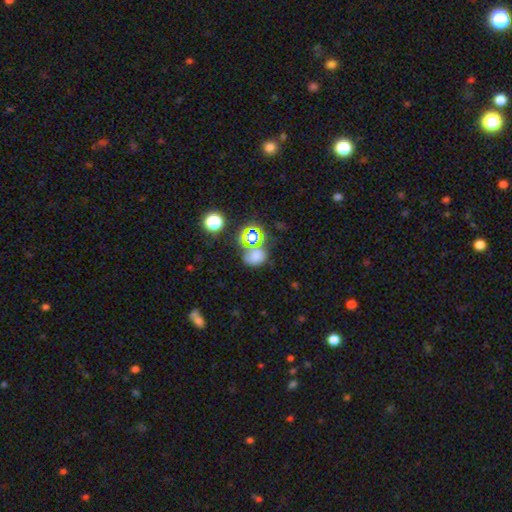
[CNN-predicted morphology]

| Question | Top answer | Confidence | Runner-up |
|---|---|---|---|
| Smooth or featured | smooth | 59% | star or artifact (30%) |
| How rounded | round | 59% | in between (40%) |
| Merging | none | 51% | merger (20%) |